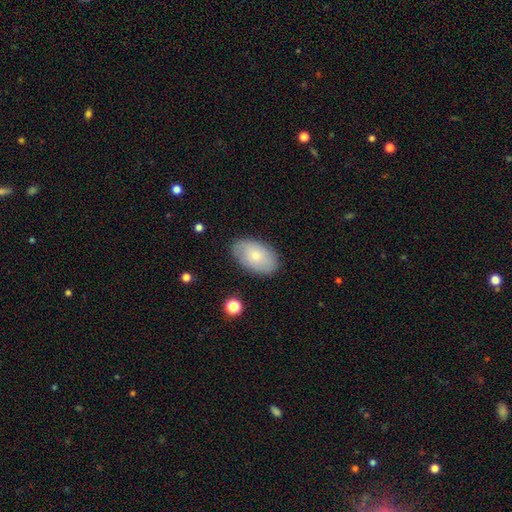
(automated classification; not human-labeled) A smooth galaxy with no disk features (70%) that is in between round and cigar-shaped (92%). Merging: none (83%).